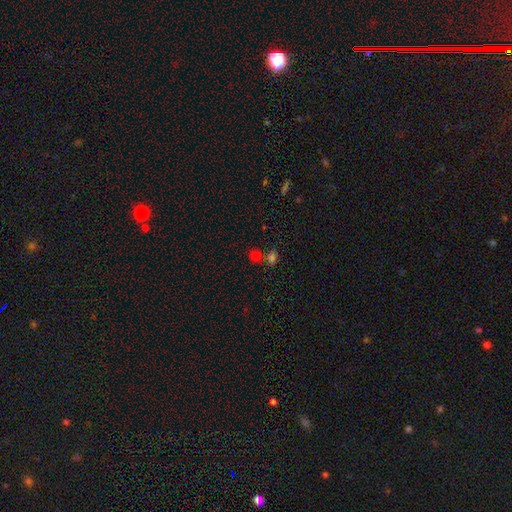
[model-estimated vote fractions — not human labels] Q: Smooth or featured?
A: smooth (65%); runner-up: star or artifact (28%)
Q: How rounded?
A: round (73%); runner-up: in between (25%)
Q: Merging?
A: none (54%); runner-up: merger (32%)